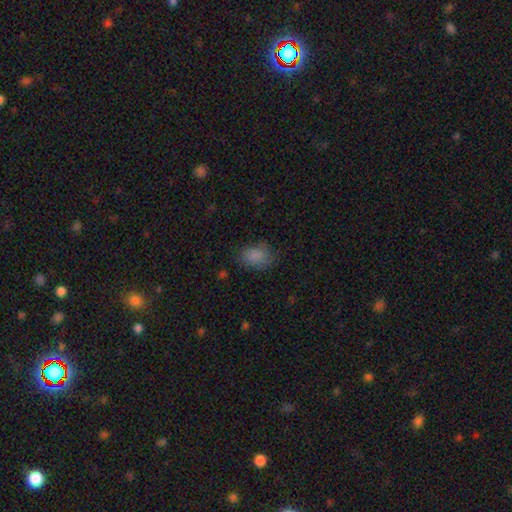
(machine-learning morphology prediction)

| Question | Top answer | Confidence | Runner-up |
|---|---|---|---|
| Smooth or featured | smooth | 82% | star or artifact (10%) |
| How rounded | in between | 72% | round (27%) |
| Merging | none | 66% | minor disturbance (24%) |